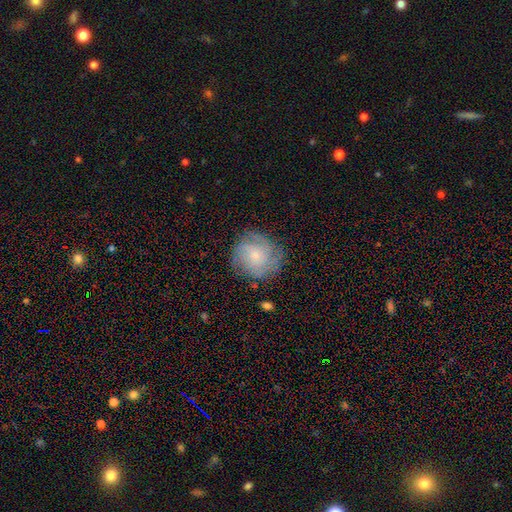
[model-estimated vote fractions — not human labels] smooth_or_featured: featured or disk (p=0.54) [alt: smooth p=0.37]
disk_edge_on: no (p=0.97) [alt: yes p=0.03]
bar: no (p=0.79) [alt: weak p=0.18]
has_spiral_arms: yes (p=0.87) [alt: no p=0.13]
bulge_size: small (p=0.68) [alt: moderate p=0.24]
merging: none (p=0.76) [alt: minor disturbance p=0.16]